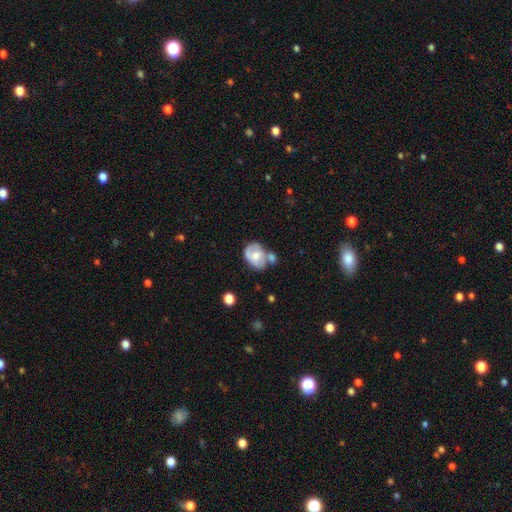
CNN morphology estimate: Smooth or featured? featured or disk (50%)
Merging? none (37%)